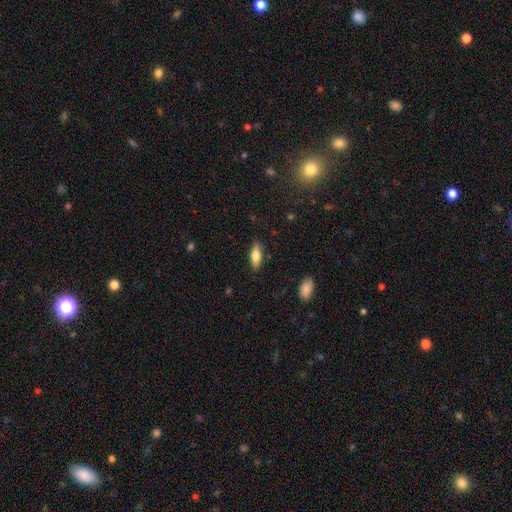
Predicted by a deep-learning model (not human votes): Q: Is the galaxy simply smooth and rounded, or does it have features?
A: smooth — 76%.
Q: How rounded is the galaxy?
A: in between — 71%.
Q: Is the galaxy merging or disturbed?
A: none — 86%.